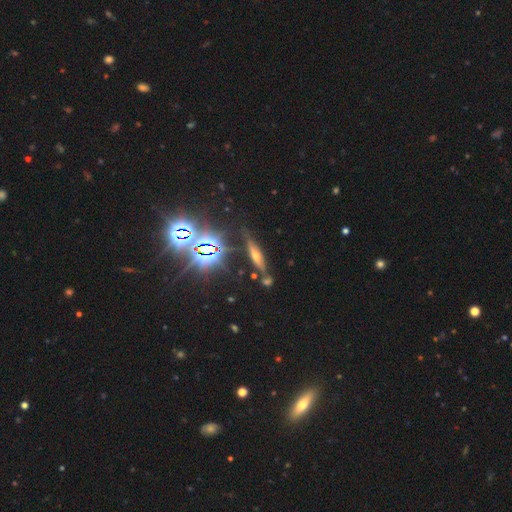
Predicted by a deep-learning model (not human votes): Smooth or featured? star or artifact (41%)